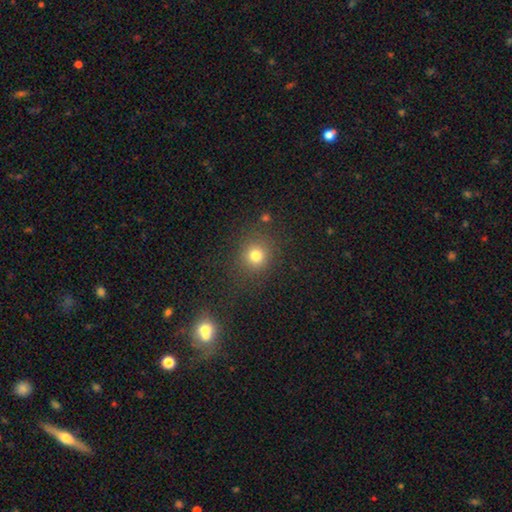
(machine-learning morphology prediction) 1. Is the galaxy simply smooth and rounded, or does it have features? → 78% smooth, 16% star or artifact, 6% featured or disk.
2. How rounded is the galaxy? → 87% round, 12% in between, 1% cigar-shaped.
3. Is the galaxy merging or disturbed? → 82% none, 9% minor disturbance, 5% major disturbance, 4% merger.